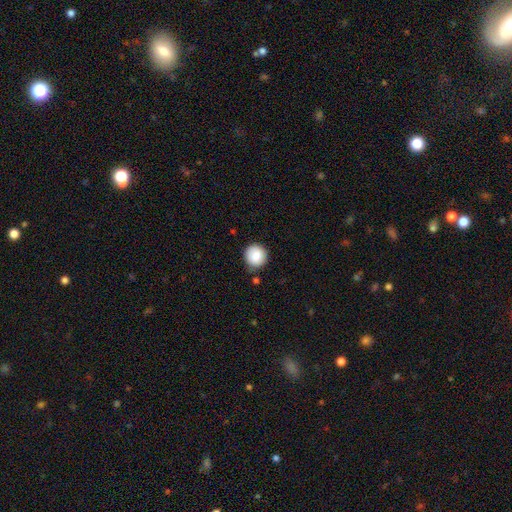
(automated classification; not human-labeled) Smooth or featured?
  - smooth: 85% *
  - star or artifact: 8%
  - featured or disk: 7%
How rounded?
  - round: 94% *
  - in between: 6%
  - cigar-shaped: 1%
Merging?
  - none: 84% *
  - minor disturbance: 11%
  - merger: 2%
  - major disturbance: 2%